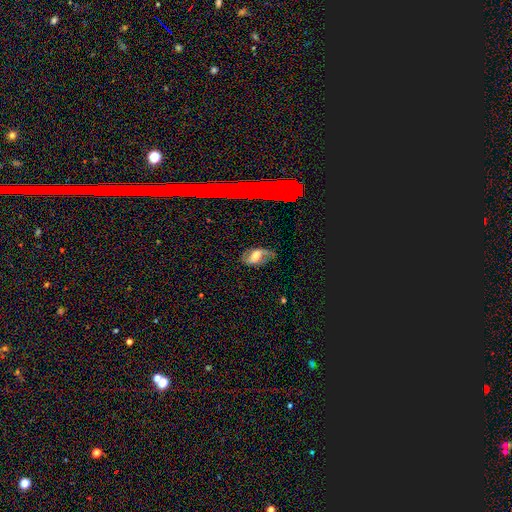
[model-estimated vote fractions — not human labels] featured or disk 57%, smooth 34%, star or artifact 9%. Down the decision tree: edge-on disk — no (92%); bar — weak (43%); spiral arms — yes (79%); bulge size — moderate (50%); merging — none (61%).